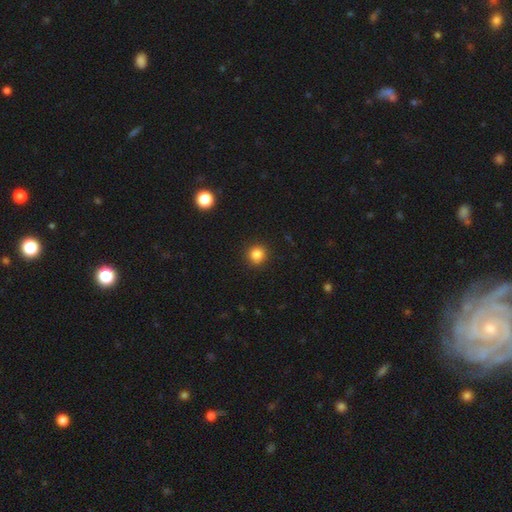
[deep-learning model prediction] Overall: smooth (84%). How rounded: round (91%). Merging: none (91%).